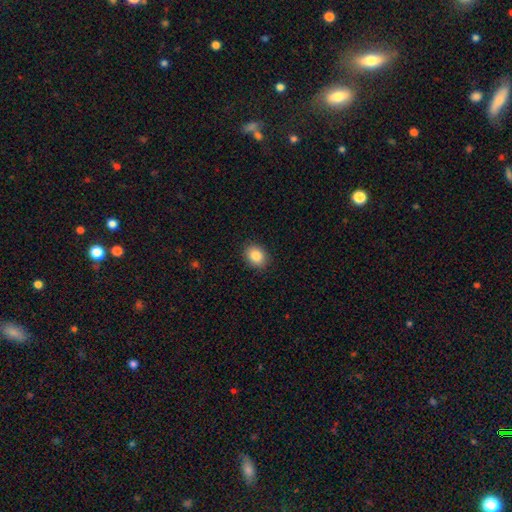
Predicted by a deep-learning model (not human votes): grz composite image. It shows a smooth galaxy with no disk features (86%) that is in between round and cigar-shaped (52%). Merging: none (90%).